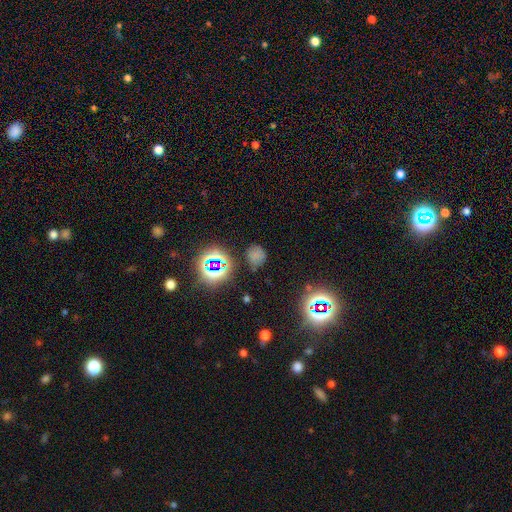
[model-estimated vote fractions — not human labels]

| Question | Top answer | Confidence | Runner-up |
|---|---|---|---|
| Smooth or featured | smooth | 58% | star or artifact (34%) |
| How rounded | round | 72% | in between (27%) |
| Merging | none | 71% | minor disturbance (18%) |